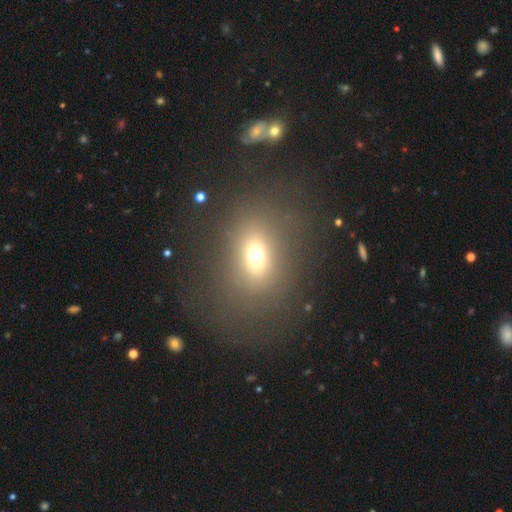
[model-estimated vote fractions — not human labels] Smooth or featured? smooth (64%)
How rounded? in between (57%)
Merging? none (73%)